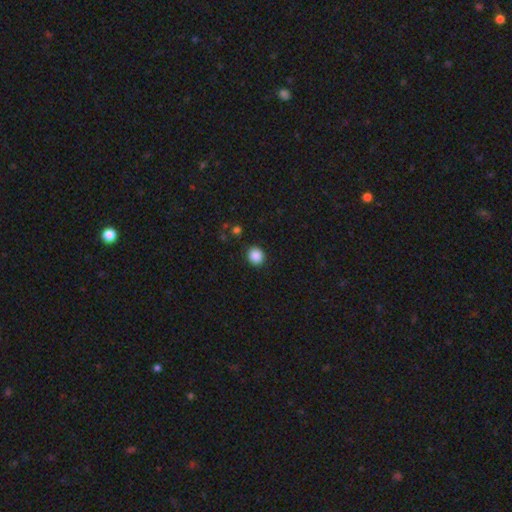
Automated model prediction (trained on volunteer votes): A smooth galaxy with no disk features (88%) that is round (82%). Merging: none (90%).